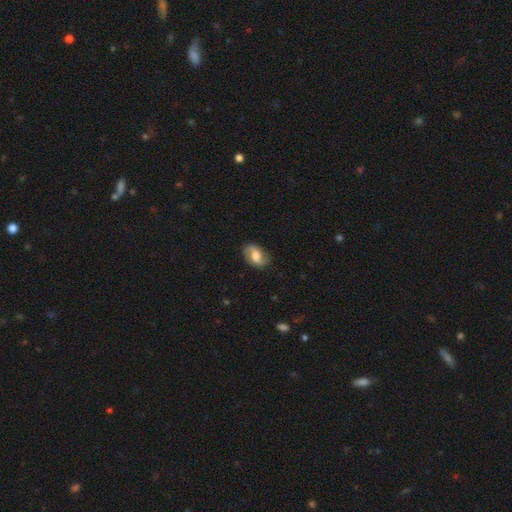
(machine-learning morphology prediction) Smooth or featured? Predicted: featured or disk (p=0.52). Edge-on disk? Predicted: no (p=0.96). Merging? Predicted: none (p=0.81).